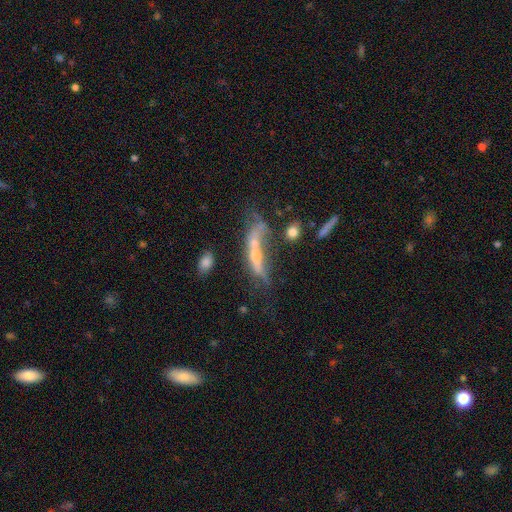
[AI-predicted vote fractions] Smooth or featured? Predicted: featured or disk (p=0.54). Edge-on disk? Predicted: no (p=0.60). Merging? Predicted: merger (p=0.43).